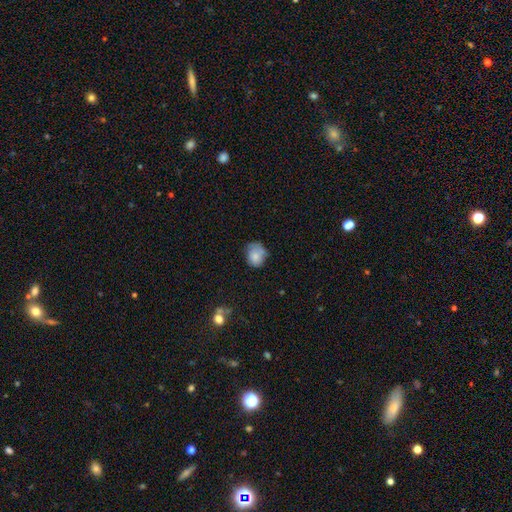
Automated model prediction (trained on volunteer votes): This is likely a smooth galaxy (73%). How rounded: likely round (62%). Merging: possibly none (54%).